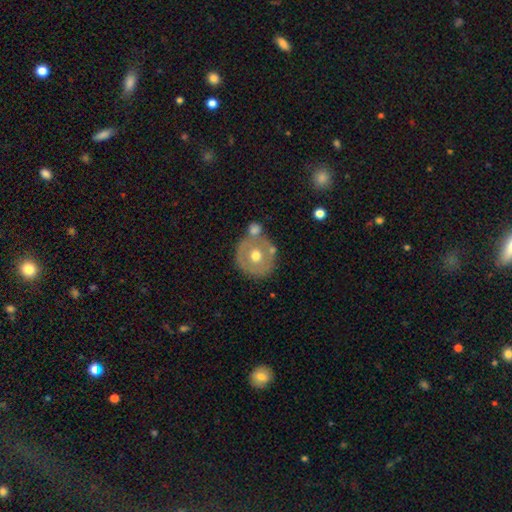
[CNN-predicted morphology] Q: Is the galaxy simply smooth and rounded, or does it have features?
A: smooth — 48%.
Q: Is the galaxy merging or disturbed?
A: none — 60%.